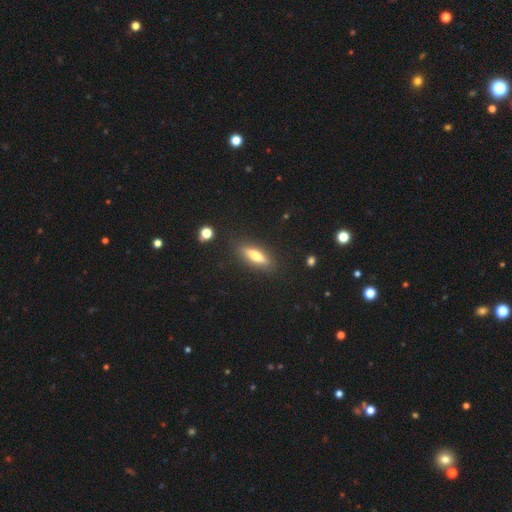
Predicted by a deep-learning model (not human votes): Overall: smooth (62%; featured or disk 30%). How rounded: cigar-shaped (63%; in between 35%). Merging: none (85%).